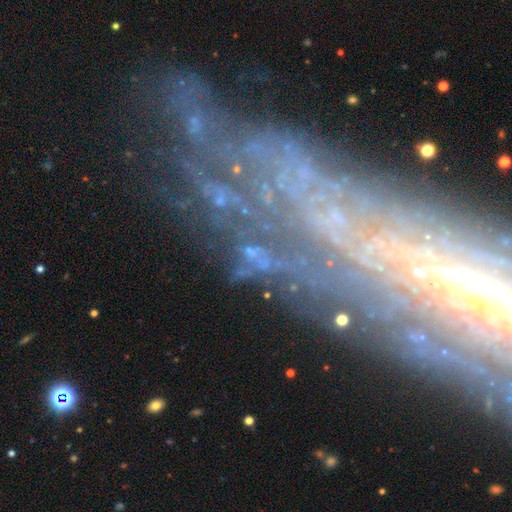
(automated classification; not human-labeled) Morphology: type=featured or disk (55%); edge-on=no (89%); merging=none (63%).